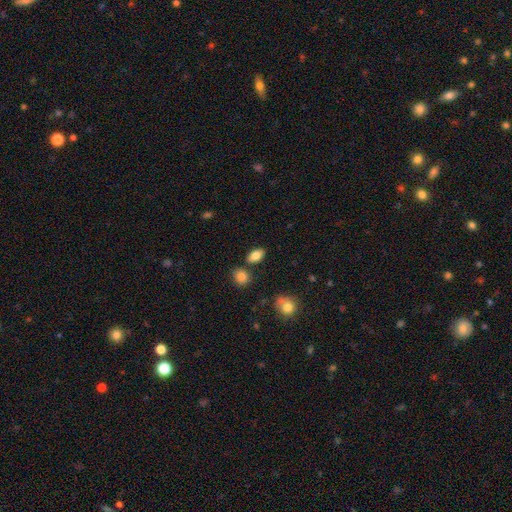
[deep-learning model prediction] Overall: smooth (83%). How rounded: in between (88%). Merging: none (78%).